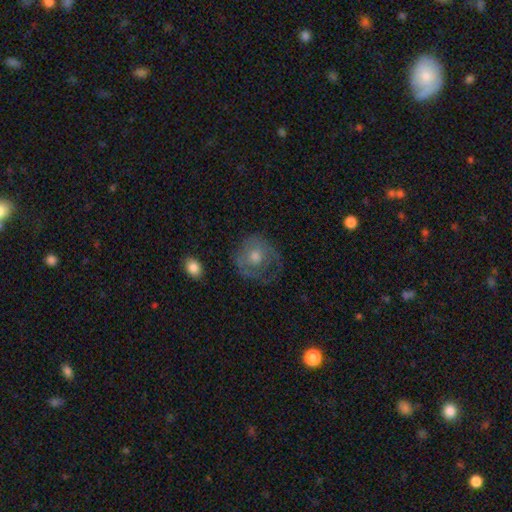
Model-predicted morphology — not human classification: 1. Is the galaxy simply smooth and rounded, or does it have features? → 52% featured or disk, 38% smooth, 9% star or artifact.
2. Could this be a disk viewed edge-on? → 96% no, 4% yes.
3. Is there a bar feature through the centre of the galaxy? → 83% no, 14% weak, 2% strong.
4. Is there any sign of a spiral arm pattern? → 54% yes, 46% no.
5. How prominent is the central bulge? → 64% moderate, 26% small, 6% large, 2% none, 1% dominant.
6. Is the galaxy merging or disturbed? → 62% none, 21% minor disturbance, 15% major disturbance, 2% merger.